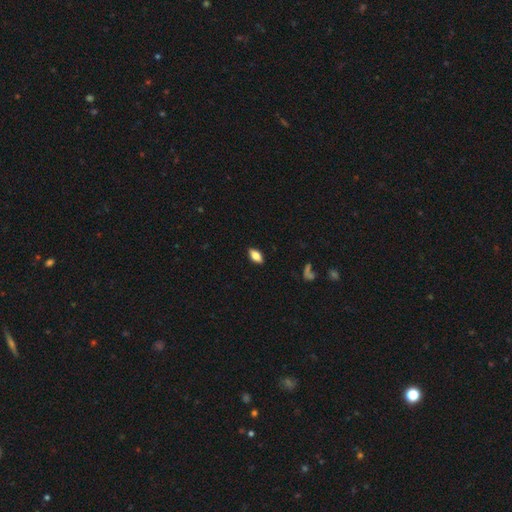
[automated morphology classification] smooth_or_featured: smooth (p=0.76) [alt: featured or disk p=0.16]
how_rounded: in between (p=0.89) [alt: cigar-shaped p=0.07]
merging: none (p=0.88) [alt: minor disturbance p=0.09]